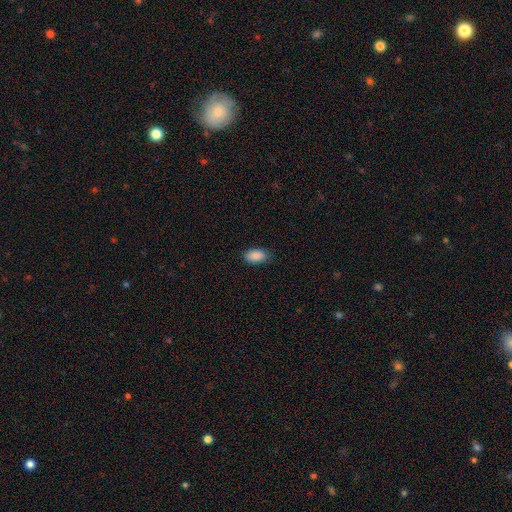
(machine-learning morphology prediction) Smooth or featured? Predicted: smooth (p=0.89). How rounded? Predicted: in between (p=0.93). Merging? Predicted: none (p=0.83).